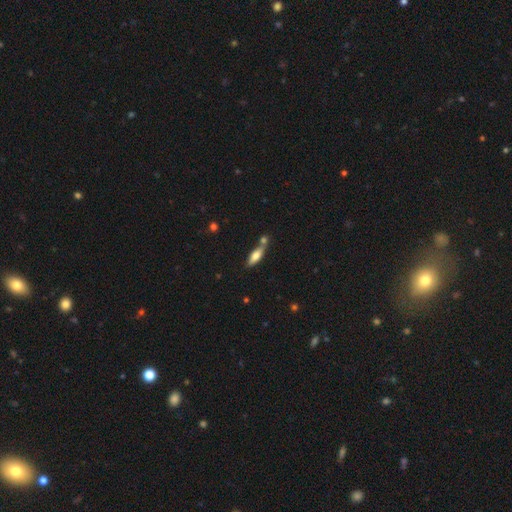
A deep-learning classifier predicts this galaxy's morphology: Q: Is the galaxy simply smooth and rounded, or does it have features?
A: smooth — 64%.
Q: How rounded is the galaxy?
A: cigar-shaped — 51%.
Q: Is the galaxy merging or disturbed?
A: none — 56%.